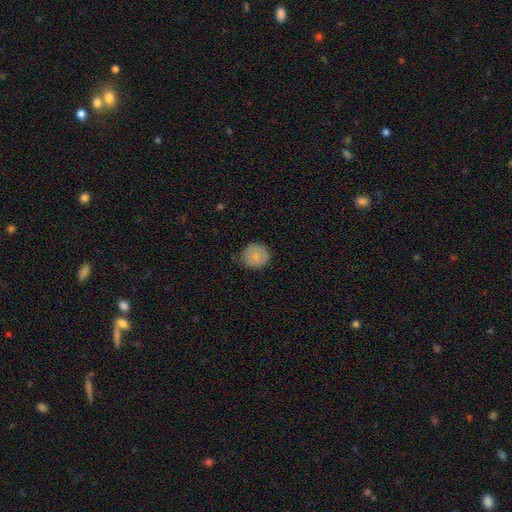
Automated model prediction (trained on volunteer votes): A smooth galaxy with no disk features (83%) that is round (85%).

Vote fractions:
- Smooth or featured? smooth: 83% / featured or disk: 10% / star or artifact: 8%
- How rounded? round: 85% / in between: 14% / cigar-shaped: 1%
- Merging? none: 79% / minor disturbance: 17% / major disturbance: 3% / merger: 1%